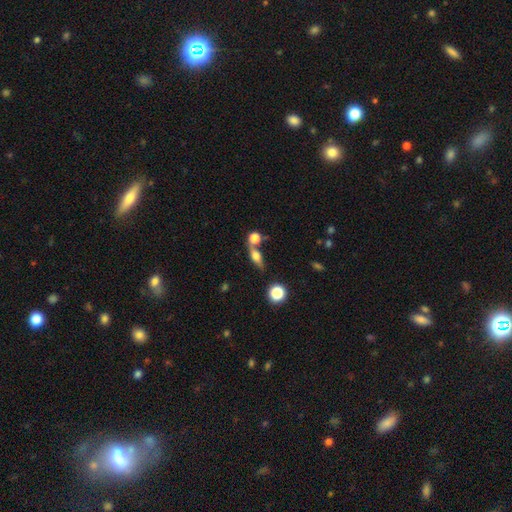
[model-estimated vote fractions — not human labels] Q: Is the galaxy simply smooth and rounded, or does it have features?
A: smooth — 53%.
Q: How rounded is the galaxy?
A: in between — 49%.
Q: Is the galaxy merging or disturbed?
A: none — 56%.